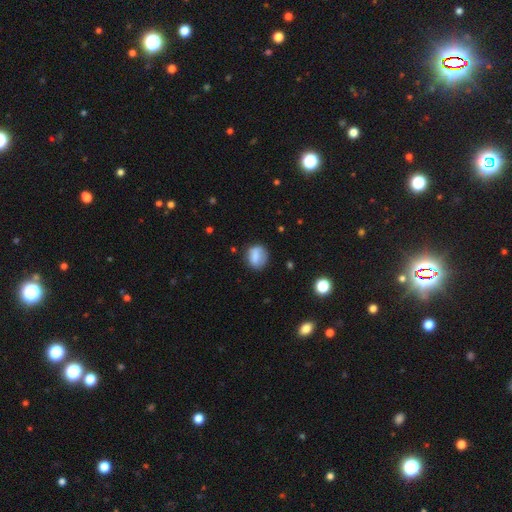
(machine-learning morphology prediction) Smooth or featured? smooth (79%)
How rounded? round (52%)
Merging? none (70%)